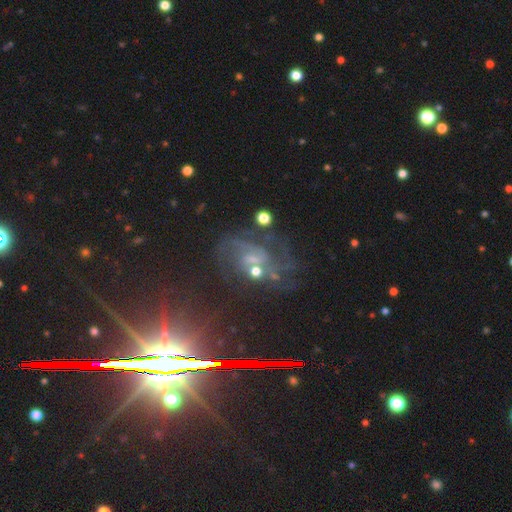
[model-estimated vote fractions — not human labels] Smooth or featured? Predicted: featured or disk (p=0.65). Edge-on disk? Predicted: no (p=0.95). Bar? Predicted: no (p=0.54). Spiral arms? Predicted: yes (p=0.84). Spiral winding? Predicted: medium (p=0.45). Spiral arm count? Predicted: 2 (p=0.41). Bulge size? Predicted: small (p=0.53). Merging? Predicted: none (p=0.54).